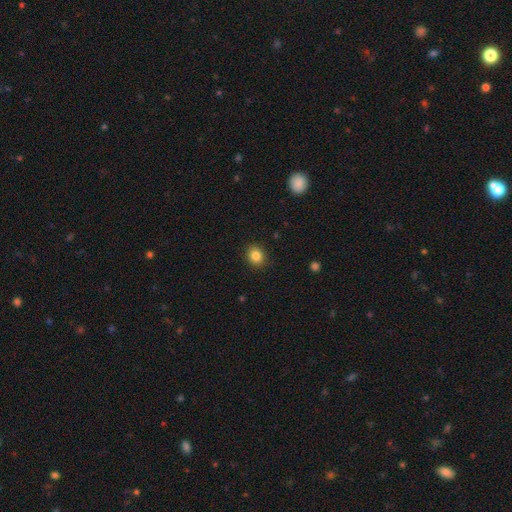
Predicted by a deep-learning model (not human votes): Smooth or featured: smooth — 85% (star or artifact — 10%)
How rounded: round — 69% (in between — 30%)
Merging: none — 90% (minor disturbance — 7%)